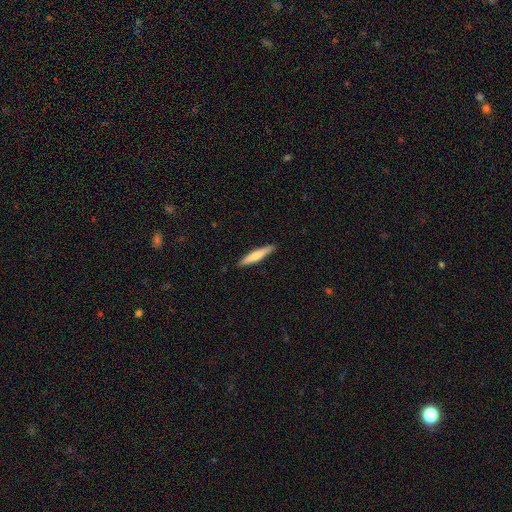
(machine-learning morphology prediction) Overall: smooth (65%; featured or disk 30%). How rounded: cigar-shaped (92%). Merging: none (89%).